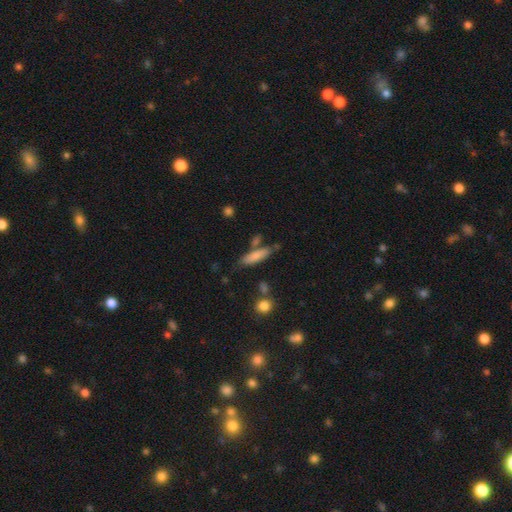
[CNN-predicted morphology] Smooth or featured: smooth — 78% (featured or disk — 15%)
How rounded: cigar-shaped — 63% (in between — 35%)
Merging: none — 66% (minor disturbance — 17%)